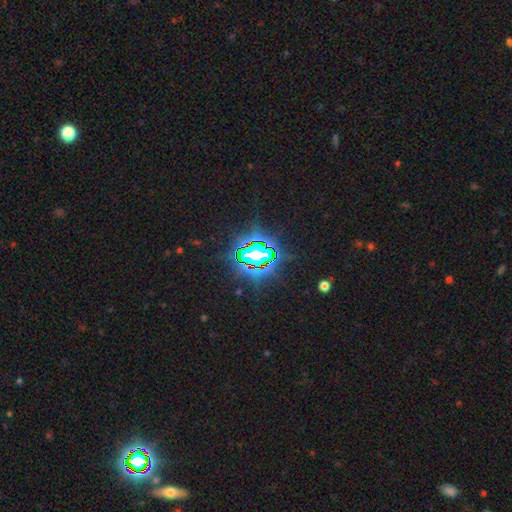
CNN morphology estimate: star or artifact 82%, smooth 11%, featured or disk 7%.